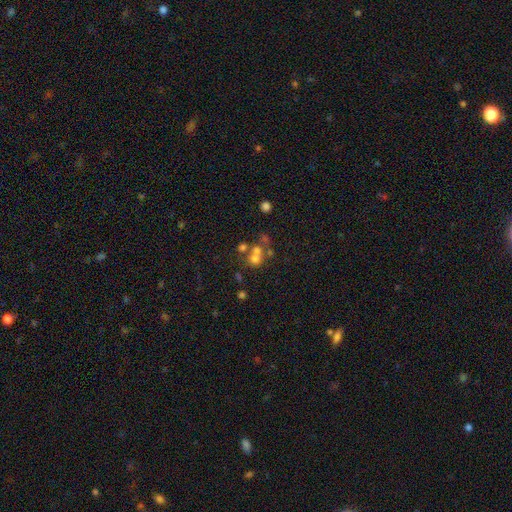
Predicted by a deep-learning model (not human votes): A smooth galaxy with no disk features (58%) that is round (81%). Merging: merger (47%).